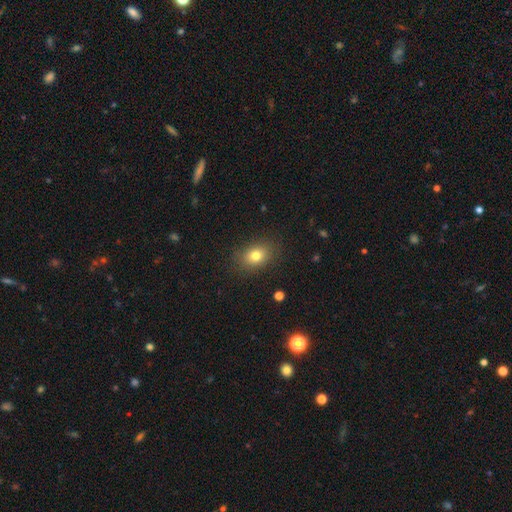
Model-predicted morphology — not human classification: This appears to be a smooth galaxy with no disk features (78%) that is in between round and cigar-shaped (70%). Merging: none (85%).